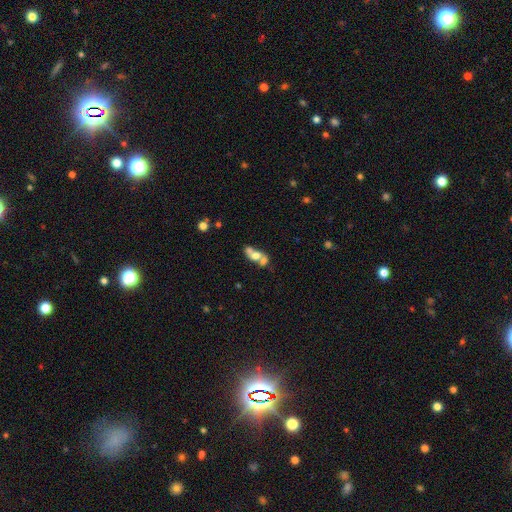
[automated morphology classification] Smooth or featured? smooth (53%)
How rounded? in between (66%)
Merging? merger (64%)